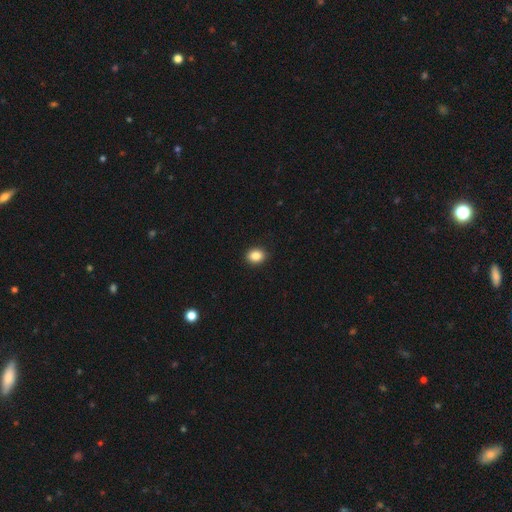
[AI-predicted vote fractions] A smooth galaxy with no disk features (87%) that is in between round and cigar-shaped (53%).

Vote fractions:
- Smooth or featured? smooth: 87% / star or artifact: 9% / featured or disk: 4%
- How rounded? in between: 53% / round: 46% / cigar-shaped: 1%
- Merging? none: 91% / minor disturbance: 6% / major disturbance: 2% / merger: 1%